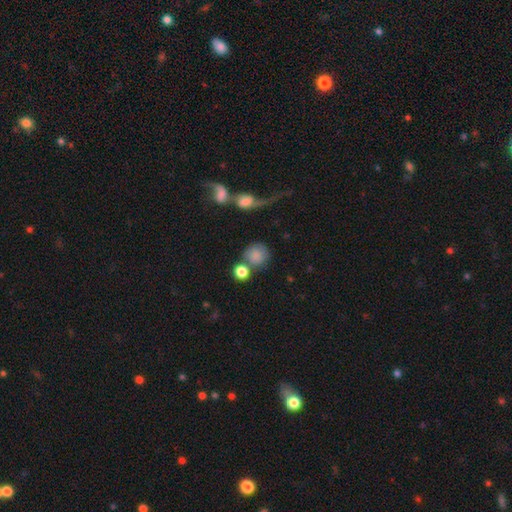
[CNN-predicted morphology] smooth-or-featured: smooth: 78% | featured or disk: 13% | star or artifact: 9%
  how-rounded: round: 86% | in between: 12% | cigar-shaped: 1%
  merging: none: 50% | merger: 28% | minor disturbance: 13% | major disturbance: 10%